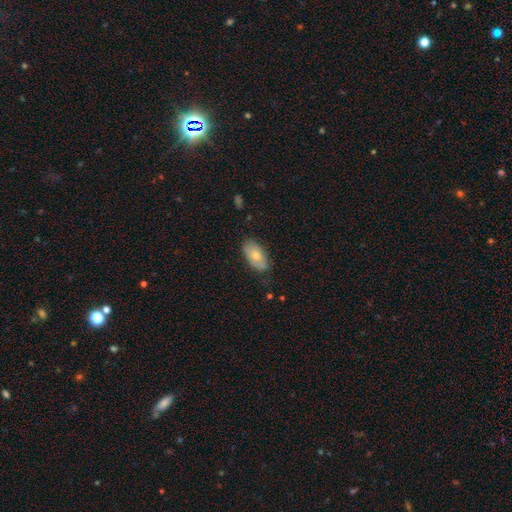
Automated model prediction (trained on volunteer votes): Overall: smooth (69%). How rounded: in between (93%). Merging: none (74%).